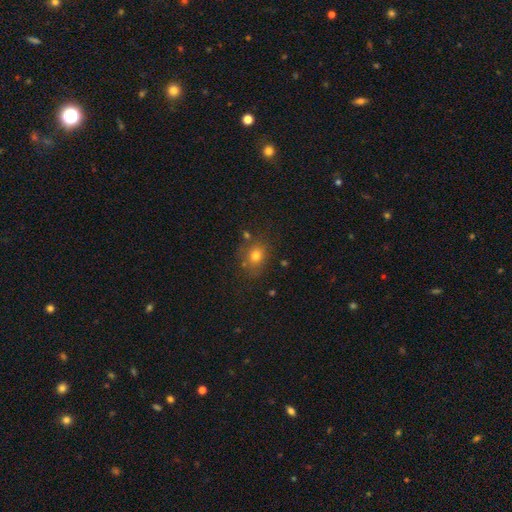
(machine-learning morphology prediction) The model was most divided on "how rounded": round: 61%, in between: 38%, cigar-shaped: 1%. More confident: merging — none (76%); smooth or featured — smooth (75%).